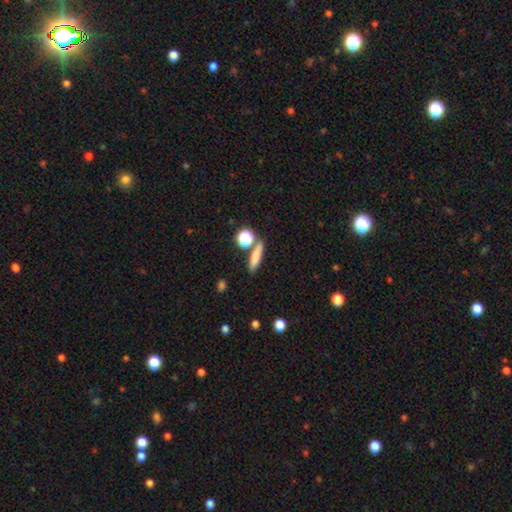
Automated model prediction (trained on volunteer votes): Q: Smooth or featured?
A: smooth (78%); runner-up: featured or disk (11%)
Q: How rounded?
A: cigar-shaped (67%); runner-up: in between (23%)
Q: Merging?
A: none (75%); runner-up: merger (11%)